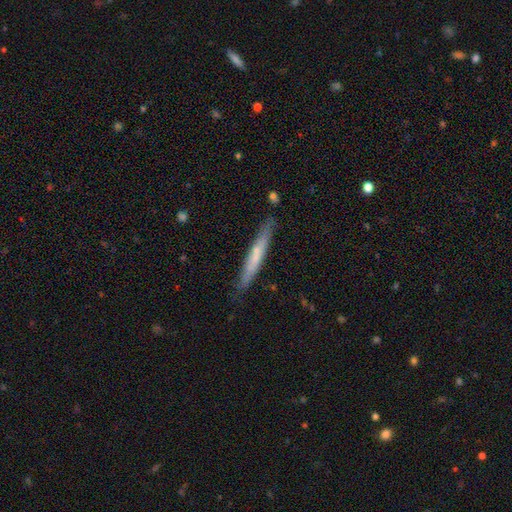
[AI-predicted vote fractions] Q: Smooth or featured?
A: smooth (56%); runner-up: featured or disk (38%)
Q: How rounded?
A: cigar-shaped (95%); runner-up: in between (3%)
Q: Merging?
A: none (84%); runner-up: minor disturbance (12%)